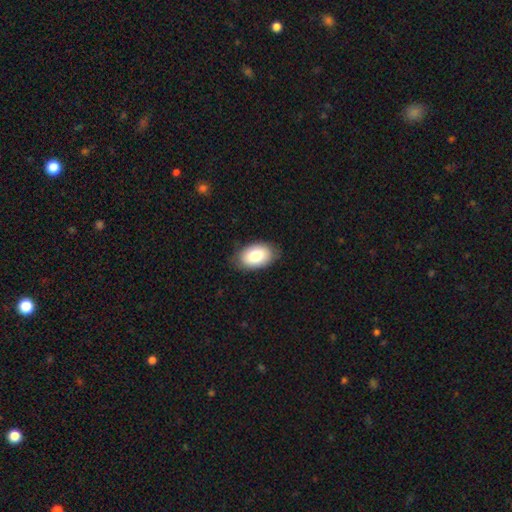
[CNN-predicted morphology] A smooth galaxy with no disk features (84%) that is in between round and cigar-shaped (92%).

Vote fractions:
- Smooth or featured? smooth: 84% / featured or disk: 10% / star or artifact: 6%
- How rounded? in between: 92% / round: 7% / cigar-shaped: 1%
- Merging? none: 83% / minor disturbance: 13% / major disturbance: 3% / merger: 1%